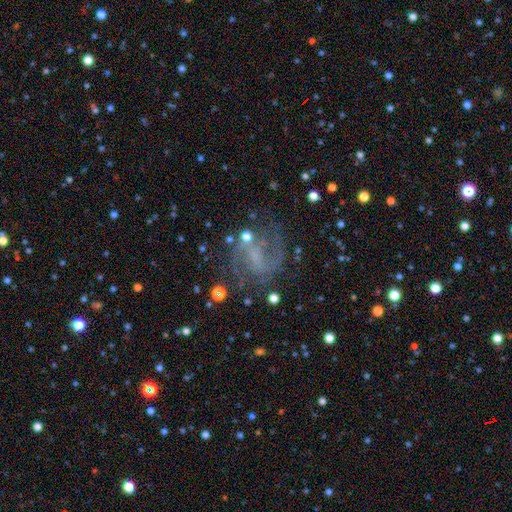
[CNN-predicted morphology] smooth_or_featured: featured or disk (p=0.69) [alt: star or artifact p=0.16]
disk_edge_on: no (p=0.97) [alt: yes p=0.03]
bar: weak (p=0.44) [alt: no p=0.36]
has_spiral_arms: yes (p=0.84) [alt: no p=0.16]
spiral_winding: medium (p=0.45) [alt: loose p=0.33]
spiral_arm_count: 2 (p=0.65) [alt: can't tell p=0.16]
bulge_size: none (p=0.49) [alt: small p=0.30]
merging: none (p=0.59) [alt: major disturbance p=0.18]